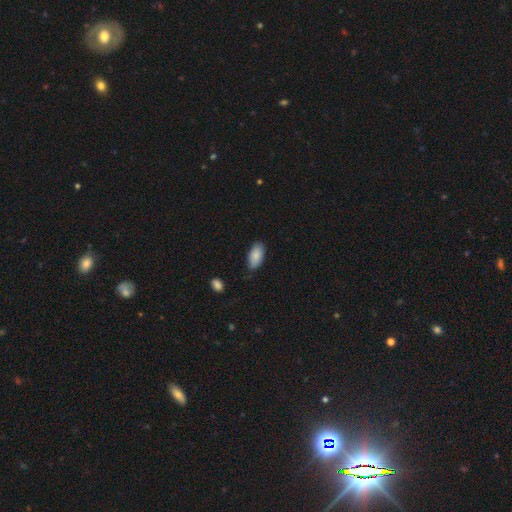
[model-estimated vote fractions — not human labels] smooth 86%, featured or disk 7%, star or artifact 7%. Down the decision tree: how rounded — in between (94%); merging — none (76%).